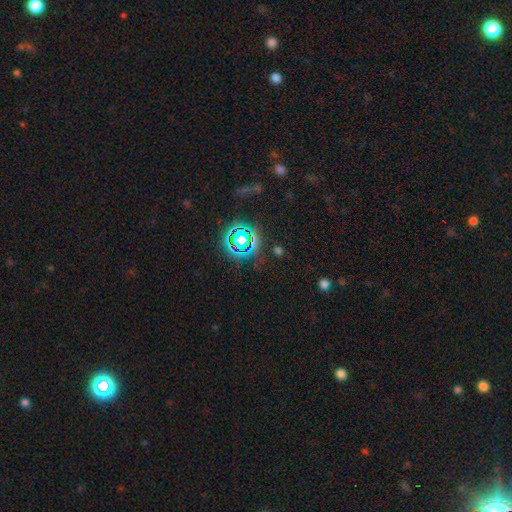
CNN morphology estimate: Smooth or featured? star or artifact (68%)